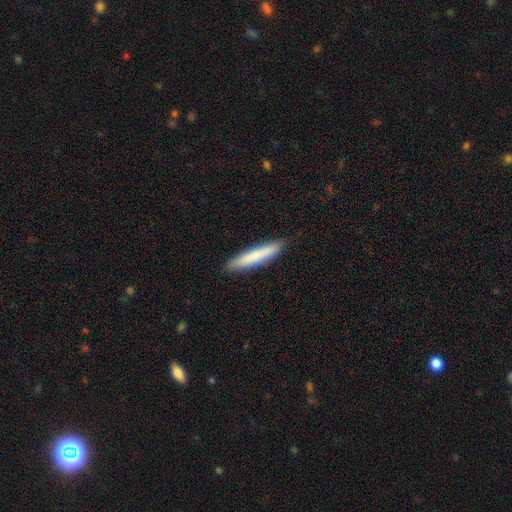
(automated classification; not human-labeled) This is likely a smooth galaxy (77%). How rounded: clearly cigar-shaped (91%). Merging: clearly none (89%).